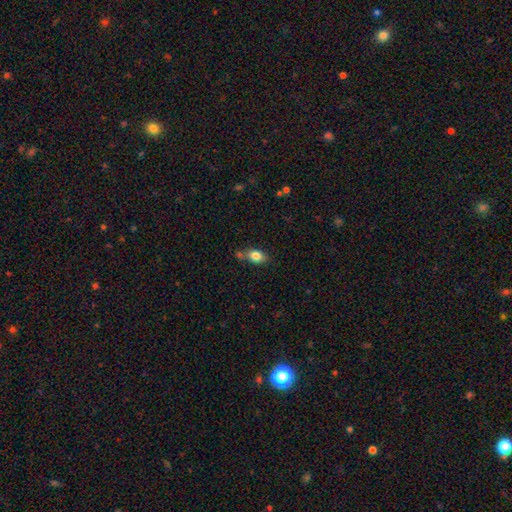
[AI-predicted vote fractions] Overall: smooth (80%). How rounded: in between (80%). Merging: none (57%; minor disturbance 21%).